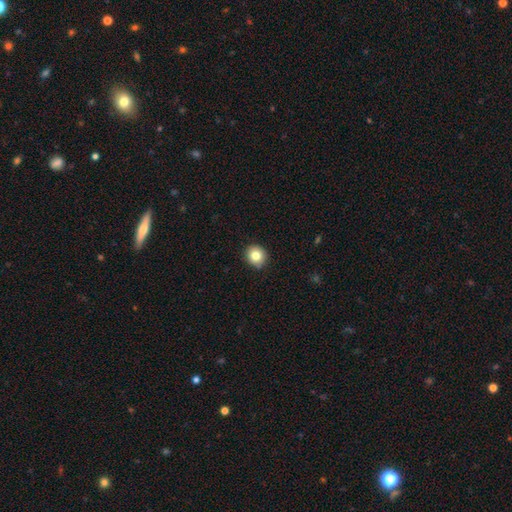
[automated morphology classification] smooth 82%, star or artifact 10%, featured or disk 8%. Down the decision tree: how rounded — round (84%); merging — none (89%).